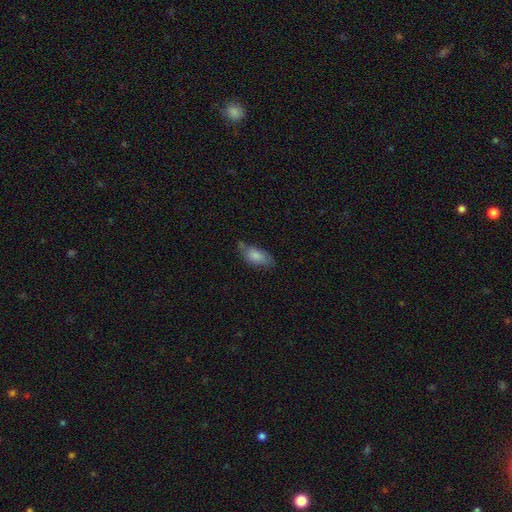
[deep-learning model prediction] Smooth or featured?
  - smooth: 80% *
  - featured or disk: 13%
  - star or artifact: 7%
How rounded?
  - in between: 87% *
  - cigar-shaped: 10%
  - round: 3%
Merging?
  - none: 53% *
  - minor disturbance: 33%
  - major disturbance: 8%
  - merger: 6%